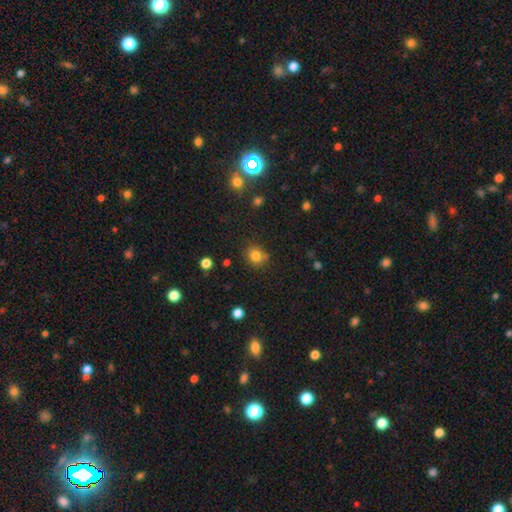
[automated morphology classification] smooth 81%, star or artifact 13%, featured or disk 6%. Down the decision tree: how rounded — round (78%); merging — none (74%).